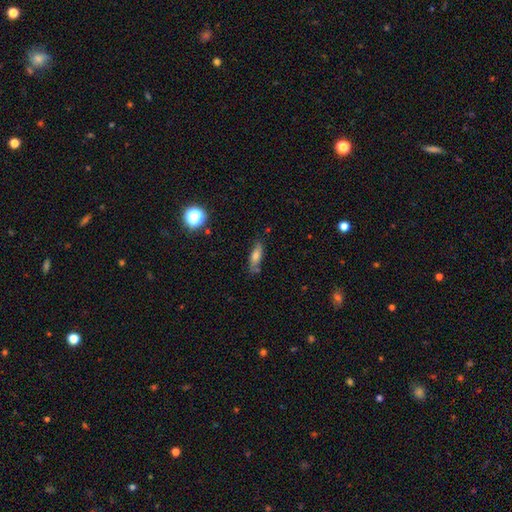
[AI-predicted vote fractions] smooth 64%, featured or disk 25%, star or artifact 12%. Down the decision tree: how rounded — in between (52%); merging — none (71%).